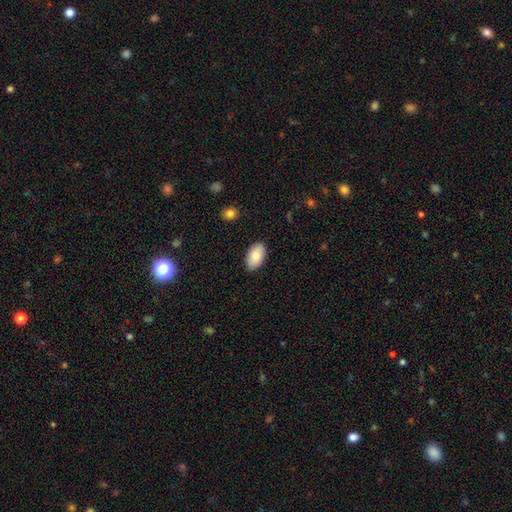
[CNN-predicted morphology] A smooth galaxy with no disk features (82%) that is in between round and cigar-shaped (94%). Merging: none (88%).